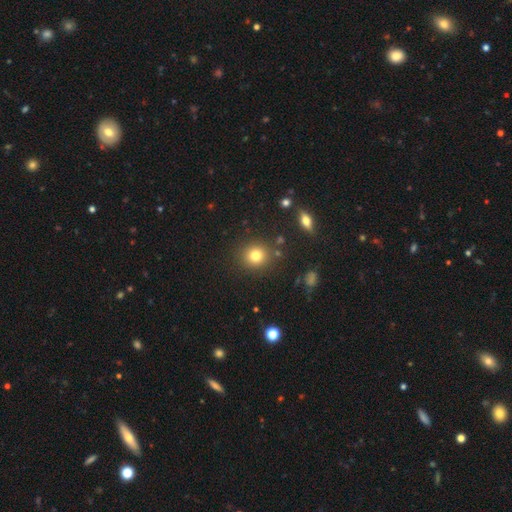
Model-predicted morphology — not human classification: smooth-or-featured: smooth: 79% | star or artifact: 13% | featured or disk: 7%
  how-rounded: round: 85% | in between: 14% | cigar-shaped: 1%
  merging: none: 86% | minor disturbance: 8% | merger: 3% | major disturbance: 3%